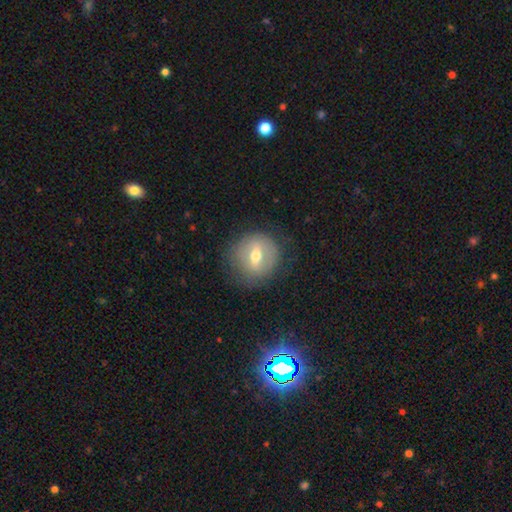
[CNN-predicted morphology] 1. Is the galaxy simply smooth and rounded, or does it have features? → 50% featured or disk, 42% smooth, 8% star or artifact.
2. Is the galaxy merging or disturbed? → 78% none, 15% minor disturbance, 7% major disturbance, 1% merger.